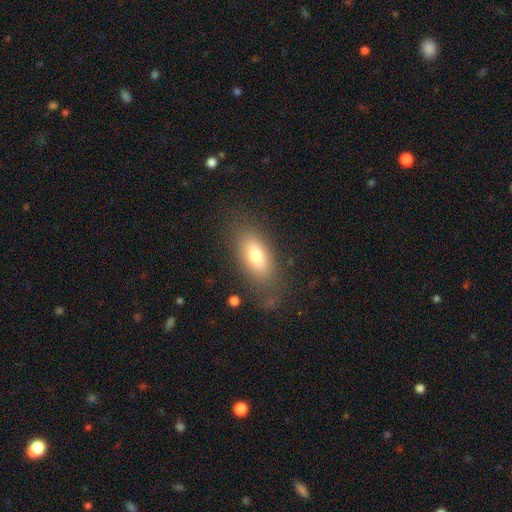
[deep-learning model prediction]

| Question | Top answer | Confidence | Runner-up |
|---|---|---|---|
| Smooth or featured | smooth | 74% | featured or disk (17%) |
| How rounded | in between | 81% | cigar-shaped (15%) |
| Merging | none | 78% | minor disturbance (14%) |